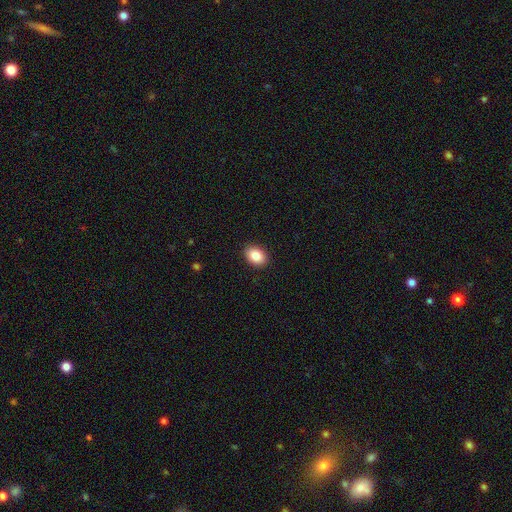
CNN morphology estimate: smooth 87%, star or artifact 8%, featured or disk 5%. Down the decision tree: how rounded — in between (77%); merging — none (91%).